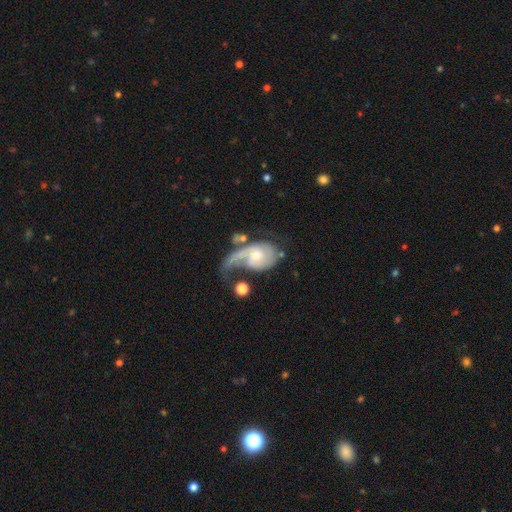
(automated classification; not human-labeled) Morphology: type=featured or disk (78%); edge-on=no (97%); bar=no (63%); spiral arms=yes (90%); winding=loose (41%); arm count=1 (55%); bulge=moderate (55%); merging=major disturbance (43%).